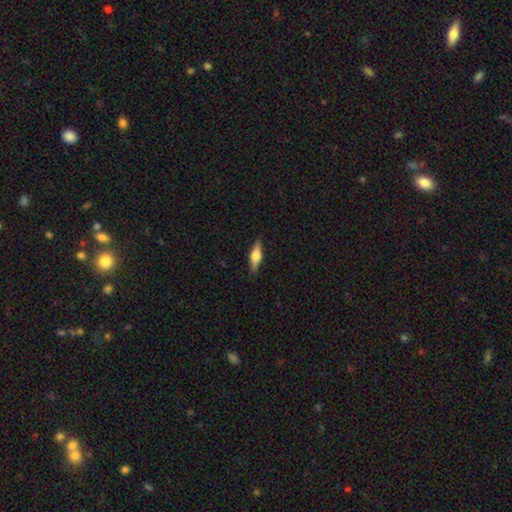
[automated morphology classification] type=featured or disk (47%, tied with smooth); merging=none (88%).